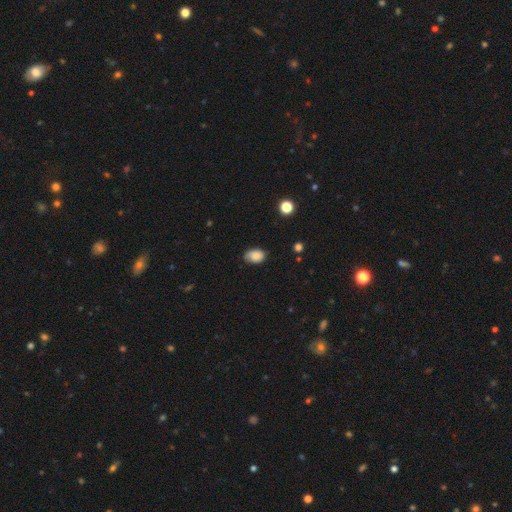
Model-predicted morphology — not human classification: smooth_or_featured: smooth (p=0.84) [alt: star or artifact p=0.09]
how_rounded: in between (p=0.80) [alt: round p=0.19]
merging: none (p=0.66) [alt: minor disturbance p=0.27]